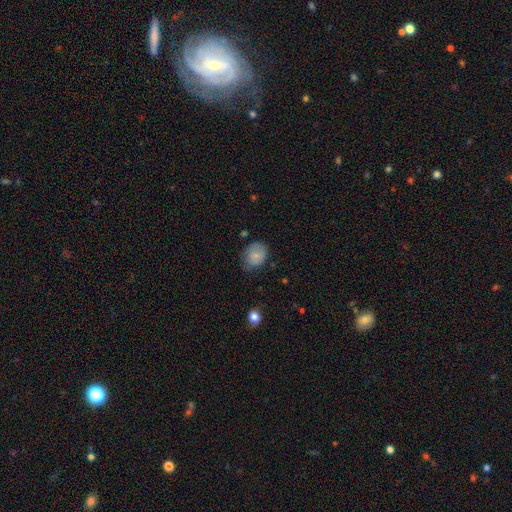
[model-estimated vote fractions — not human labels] smooth_or_featured: smooth (p=0.78) [alt: featured or disk p=0.13]
how_rounded: round (p=0.53) [alt: in between p=0.46]
merging: none (p=0.59) [alt: minor disturbance p=0.32]